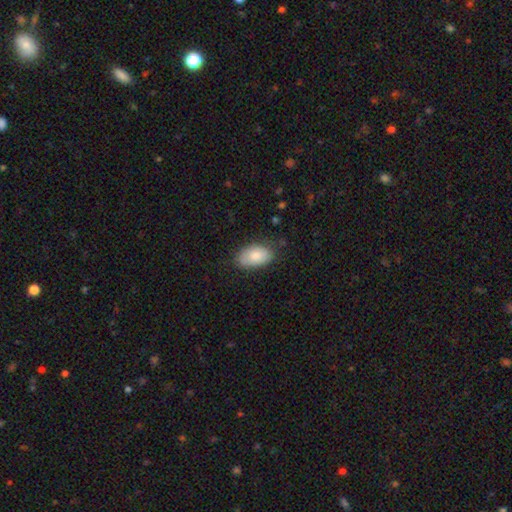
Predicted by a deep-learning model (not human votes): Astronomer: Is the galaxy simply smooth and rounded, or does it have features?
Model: smooth — 82%.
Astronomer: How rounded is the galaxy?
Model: in between — 93%.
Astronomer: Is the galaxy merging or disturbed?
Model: none — 76%.